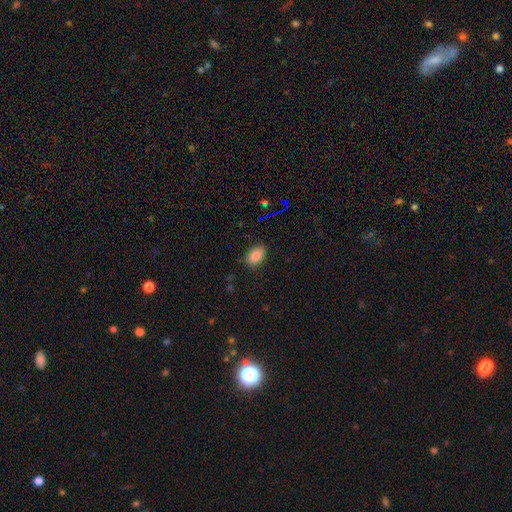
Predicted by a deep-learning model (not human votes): Smooth or featured? smooth (85%)
How rounded? in between (84%)
Merging? none (82%)